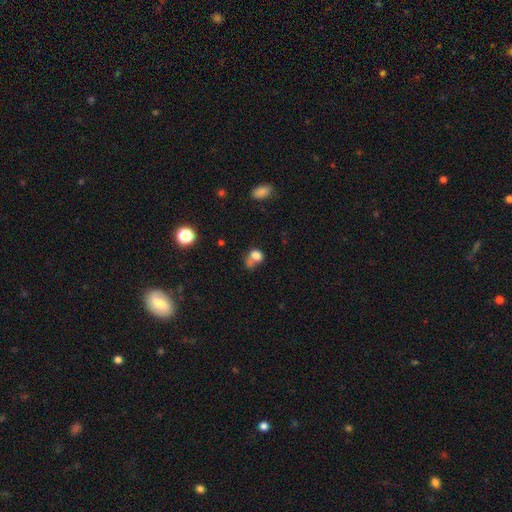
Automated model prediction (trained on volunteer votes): smooth_or_featured: smooth (p=0.76) [alt: star or artifact p=0.13]
how_rounded: round (p=0.50) [alt: in between p=0.48]
merging: merger (p=0.40) [alt: none p=0.31]